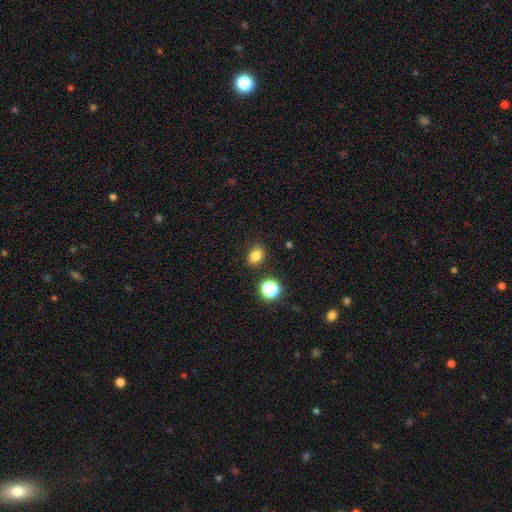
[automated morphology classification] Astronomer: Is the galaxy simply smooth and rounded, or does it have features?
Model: smooth — 82%.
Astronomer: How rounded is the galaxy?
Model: in between — 63%.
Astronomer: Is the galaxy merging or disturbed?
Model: none — 83%.